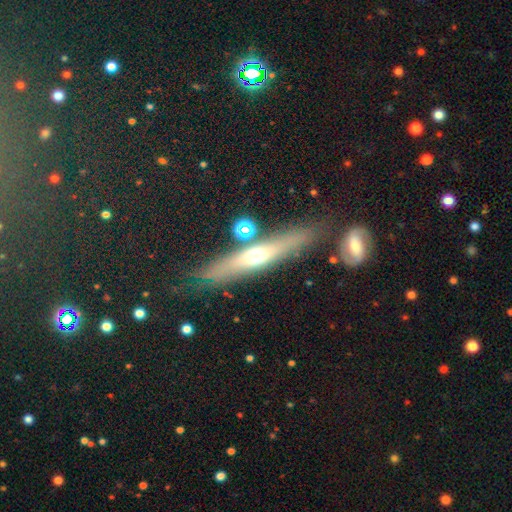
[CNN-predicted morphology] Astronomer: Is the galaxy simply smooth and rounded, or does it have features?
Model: featured or disk — 54% (runner-up: smooth, 37%).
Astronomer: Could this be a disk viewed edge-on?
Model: yes — 81%.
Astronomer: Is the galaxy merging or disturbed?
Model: none — 77%.